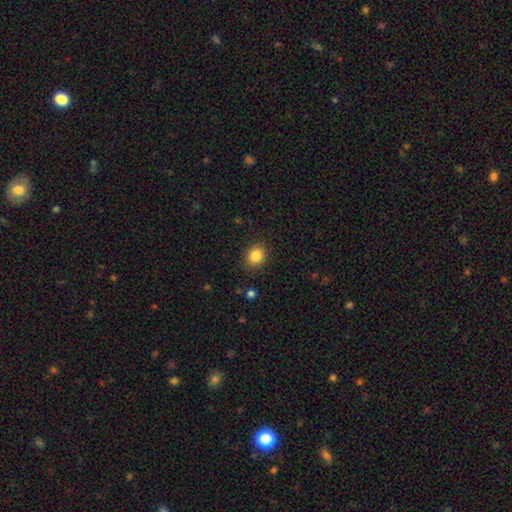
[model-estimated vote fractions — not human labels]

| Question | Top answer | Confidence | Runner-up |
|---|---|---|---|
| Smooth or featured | smooth | 84% | star or artifact (10%) |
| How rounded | round | 73% | in between (26%) |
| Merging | none | 88% | minor disturbance (8%) |